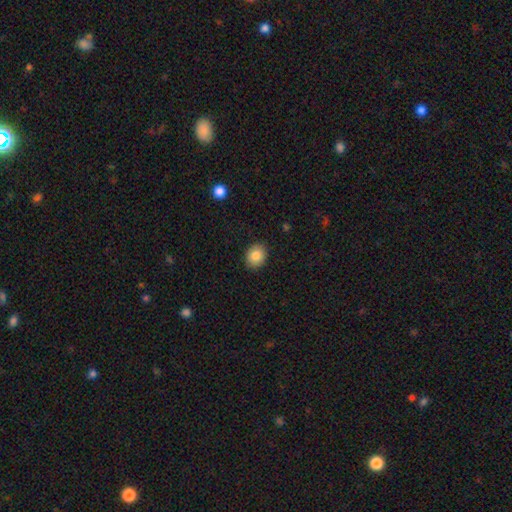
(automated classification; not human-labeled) This is clearly a smooth galaxy (84%). How rounded: possibly round (56%). Merging: clearly none (89%).